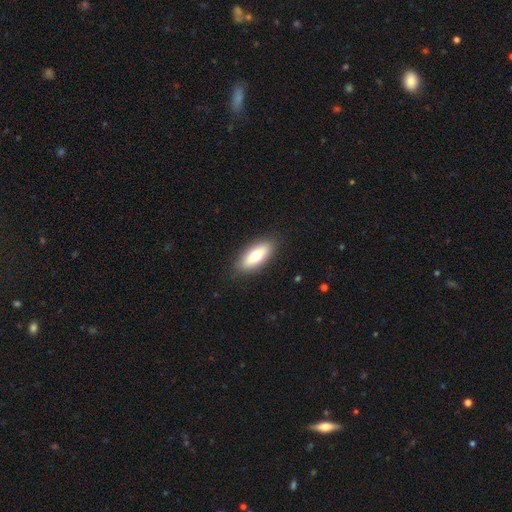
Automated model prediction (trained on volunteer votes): A smooth galaxy with no disk features (71%) that is in between round and cigar-shaped (74%).

Vote fractions:
- Smooth or featured? smooth: 71% / featured or disk: 23% / star or artifact: 6%
- How rounded? in between: 74% / cigar-shaped: 24% / round: 2%
- Merging? none: 88% / minor disturbance: 9% / major disturbance: 2% / merger: 1%